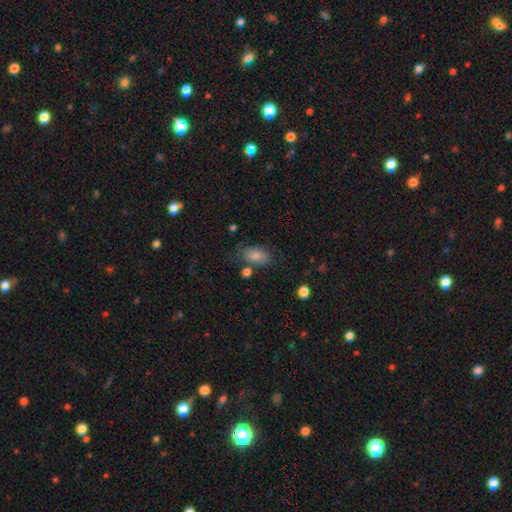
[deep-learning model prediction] smooth 81%, featured or disk 11%, star or artifact 8%. Down the decision tree: how rounded — in between (91%); merging — none (65%).